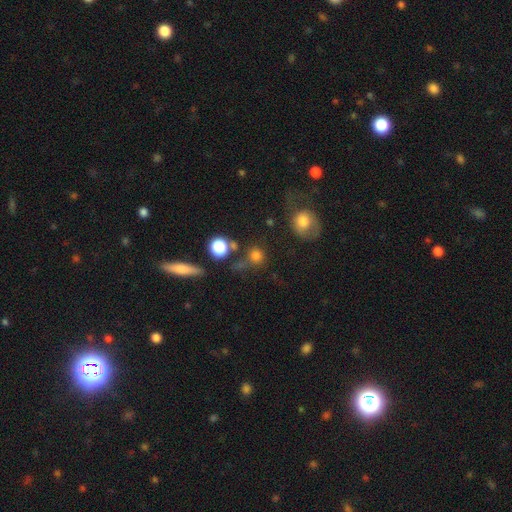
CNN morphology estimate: A smooth galaxy with no disk features (76%) that is round (88%). Merging: none (62%).